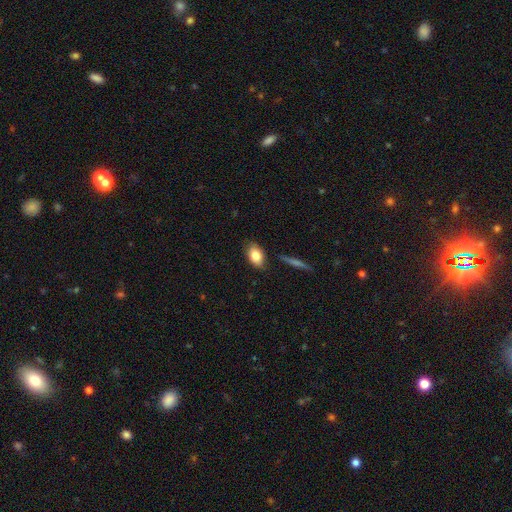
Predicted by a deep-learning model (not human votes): This appears to be a smooth galaxy with no disk features (82%) that is in between round and cigar-shaped (87%). Merging: none (84%).